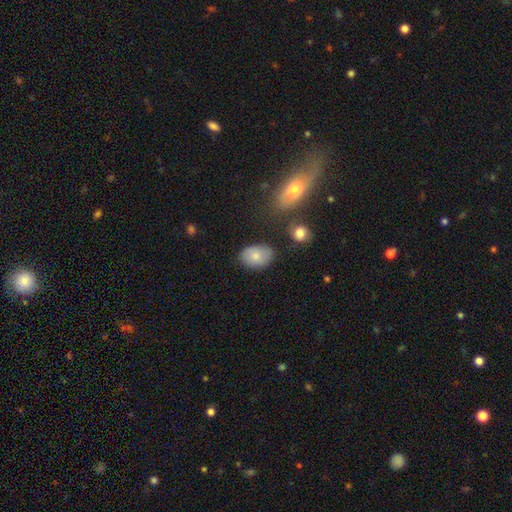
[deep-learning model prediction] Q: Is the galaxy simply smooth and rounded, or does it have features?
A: smooth — 80%.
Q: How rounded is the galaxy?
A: in between — 84%.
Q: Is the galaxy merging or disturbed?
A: none — 77%.